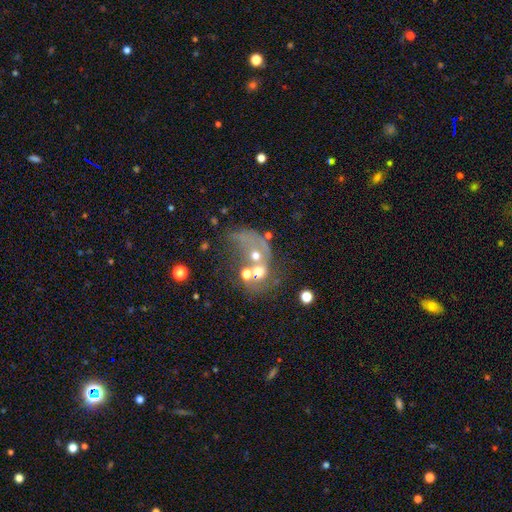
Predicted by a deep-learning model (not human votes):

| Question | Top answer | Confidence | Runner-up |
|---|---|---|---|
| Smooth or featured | featured or disk | 44% | smooth (37%) |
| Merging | merger | 53% | major disturbance (20%) |